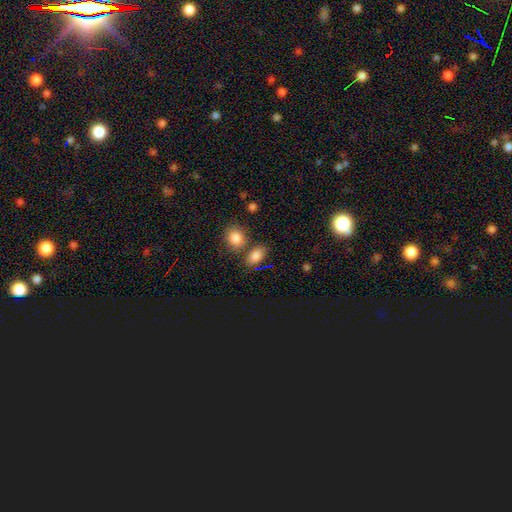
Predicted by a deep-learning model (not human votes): A smooth galaxy with no disk features (83%) that is in between round and cigar-shaped (86%). Merging: none (66%).